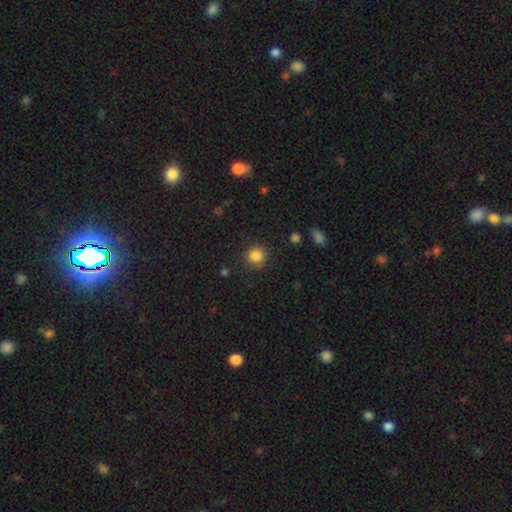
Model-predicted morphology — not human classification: This is clearly a smooth galaxy (85%). How rounded: clearly round (92%). Merging: clearly none (87%).